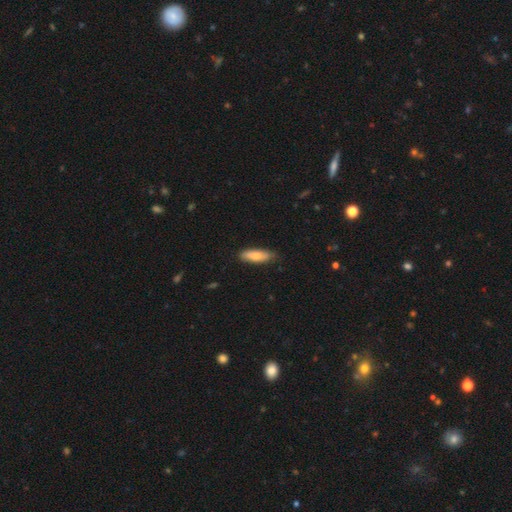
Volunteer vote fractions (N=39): Q: Smooth or featured?
A: smooth (77%); runner-up: featured or disk (18%)
Q: How rounded?
A: in between (63%); runner-up: cigar-shaped (37%)
Q: Merging?
A: none (92%); runner-up: minor disturbance (5%)